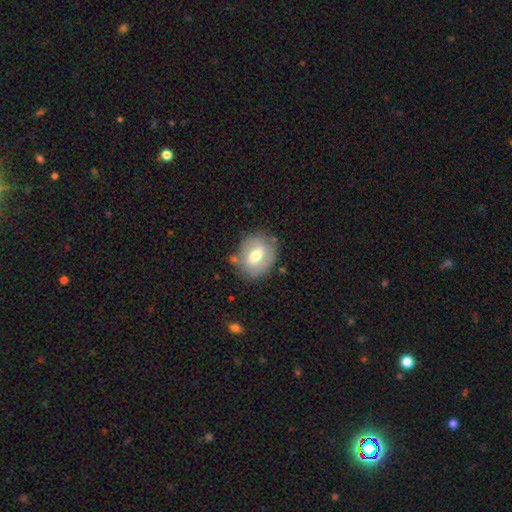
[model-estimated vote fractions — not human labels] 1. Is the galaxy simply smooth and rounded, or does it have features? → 52% smooth, 41% featured or disk, 7% star or artifact.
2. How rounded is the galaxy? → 52% round, 47% in between, 1% cigar-shaped.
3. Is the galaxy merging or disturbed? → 73% none, 17% minor disturbance, 5% major disturbance, 4% merger.